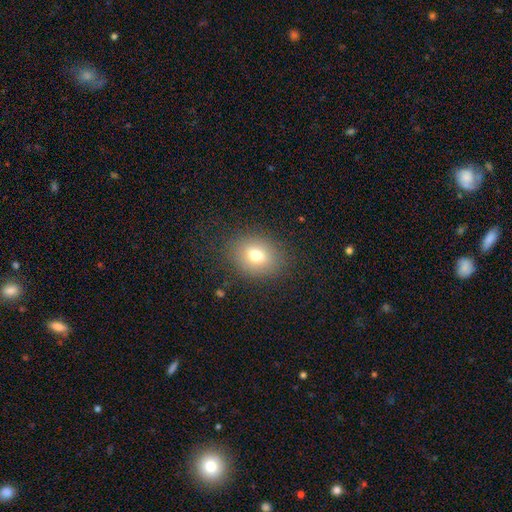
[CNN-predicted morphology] A smooth galaxy with no disk features (73%) that is round (55%). Merging: none (87%).